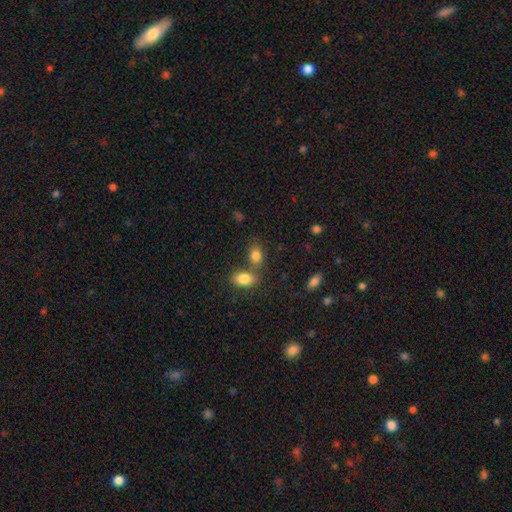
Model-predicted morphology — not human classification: A smooth galaxy with no disk features (84%) that is in between round and cigar-shaped (78%).

Vote fractions:
- Smooth or featured? smooth: 84% / star or artifact: 9% / featured or disk: 7%
- How rounded? in between: 78% / round: 20% / cigar-shaped: 2%
- Merging? none: 53% / merger: 31% / minor disturbance: 12% / major disturbance: 4%